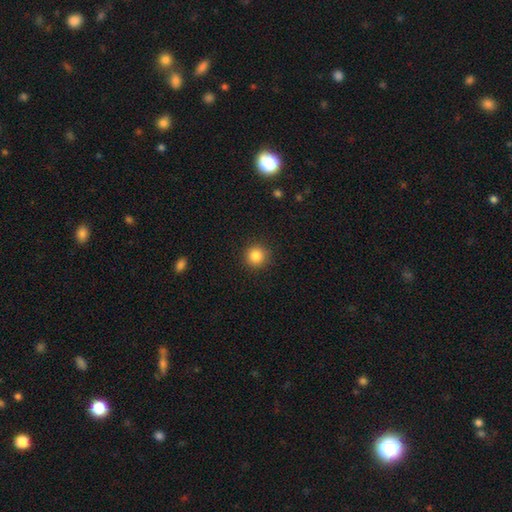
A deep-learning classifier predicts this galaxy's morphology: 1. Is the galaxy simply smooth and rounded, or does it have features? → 85% smooth, 10% star or artifact, 4% featured or disk.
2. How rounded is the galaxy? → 94% round, 5% in between, 1% cigar-shaped.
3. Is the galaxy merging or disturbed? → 91% none, 6% minor disturbance, 2% major disturbance, 1% merger.